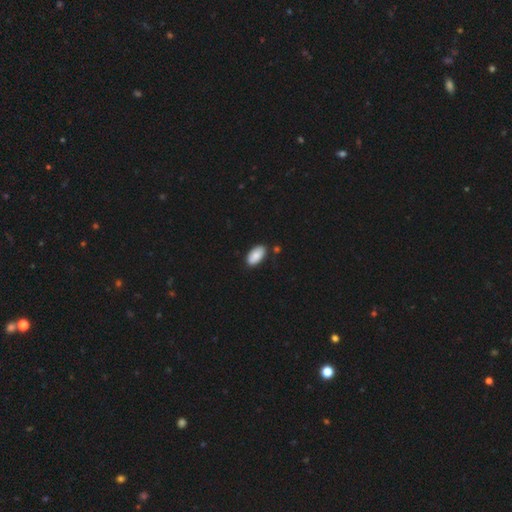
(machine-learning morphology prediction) smooth 88%, star or artifact 6%, featured or disk 5%. Down the decision tree: how rounded — in between (95%); merging — none (81%).